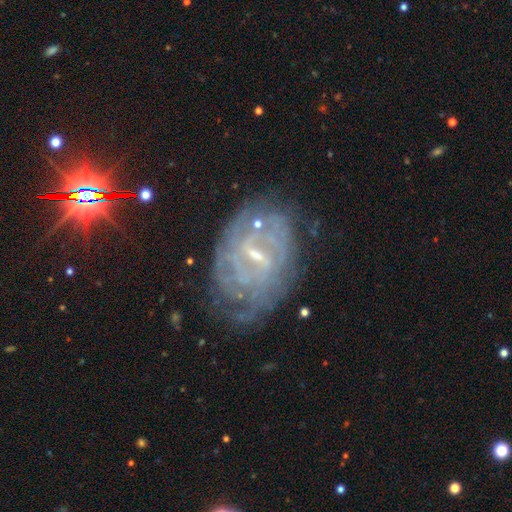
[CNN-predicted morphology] Smooth or featured? Predicted: featured or disk (p=0.81). Edge-on disk? Predicted: no (p=0.96). Bar? Predicted: weak (p=0.56). Spiral arms? Predicted: yes (p=0.87). Spiral winding? Predicted: tight (p=0.66). Spiral arm count? Predicted: can't tell (p=0.52). Bulge size? Predicted: small (p=0.68). Merging? Predicted: none (p=0.63).